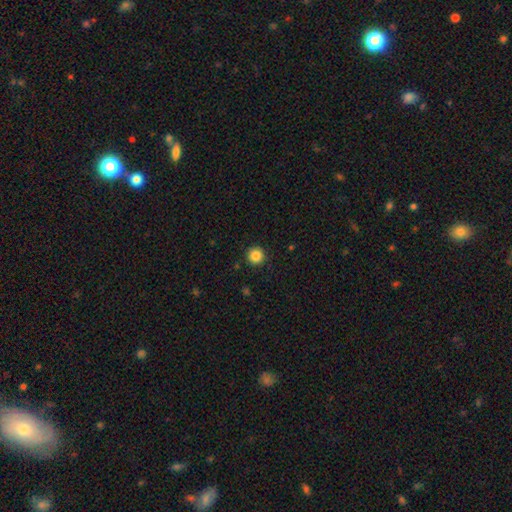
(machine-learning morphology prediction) A smooth galaxy with no disk features (86%) that is round (96%).

Vote fractions:
- Smooth or featured? smooth: 86% / star or artifact: 11% / featured or disk: 4%
- How rounded? round: 96% / in between: 4% / cigar-shaped: 1%
- Merging? none: 92% / minor disturbance: 5% / major disturbance: 2% / merger: 1%